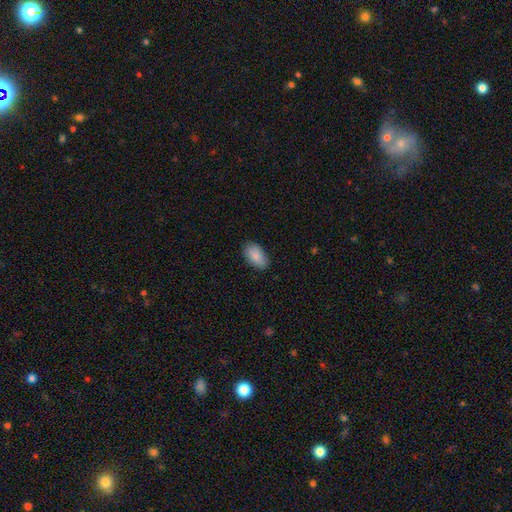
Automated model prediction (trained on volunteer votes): A smooth galaxy with no disk features (88%) that is in between round and cigar-shaped (94%). Merging: none (83%).